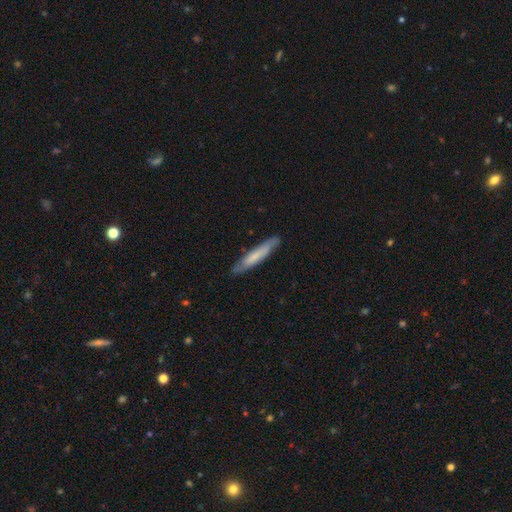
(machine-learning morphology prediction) smooth-or-featured: smooth: 63% | featured or disk: 32% | star or artifact: 6%
  how-rounded: cigar-shaped: 92% | in between: 7% | round: 1%
  merging: none: 84% | minor disturbance: 13% | major disturbance: 2% | merger: 1%